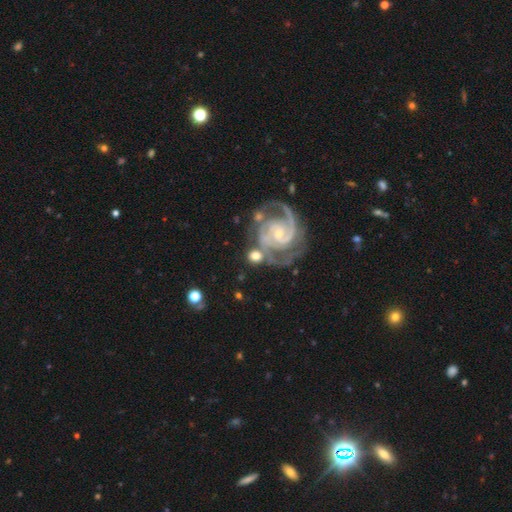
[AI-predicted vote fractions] Smooth or featured? featured or disk (72%)
Edge-on disk? no (97%)
Bar? no (55%)
Spiral arms? yes (95%)
Spiral winding? tight (53%)
Spiral arm count? 2 (56%)
Bulge size? small (68%)
Merging? none (60%)